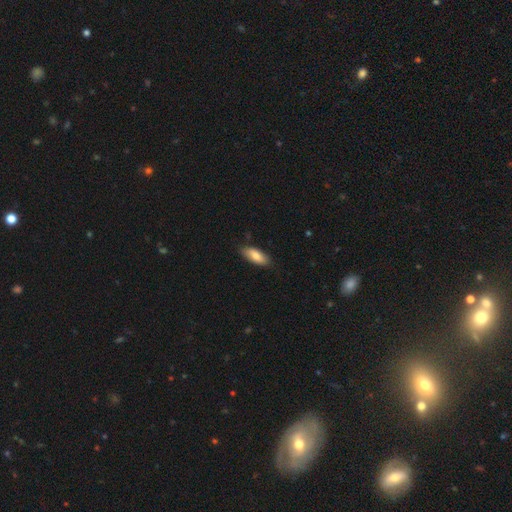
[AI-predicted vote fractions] smooth 80%, featured or disk 15%, star or artifact 6%. Down the decision tree: how rounded — in between (80%); merging — none (82%).